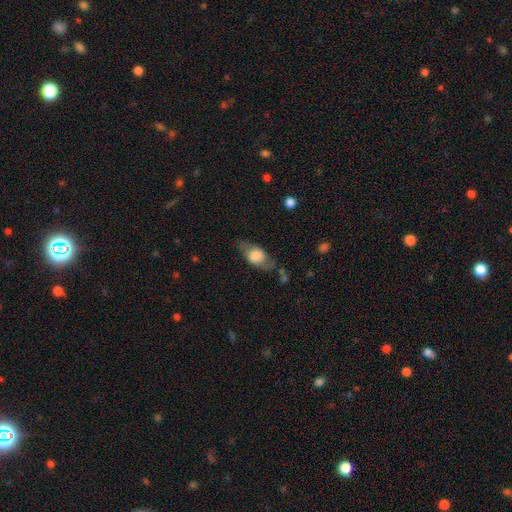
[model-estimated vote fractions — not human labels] A smooth galaxy with no disk features (57%) that is in between round and cigar-shaped (74%).

Vote fractions:
- Smooth or featured? smooth: 57% / featured or disk: 36% / star or artifact: 7%
- How rounded? in between: 74% / round: 18% / cigar-shaped: 8%
- Merging? none: 64% / minor disturbance: 22% / major disturbance: 11% / merger: 3%